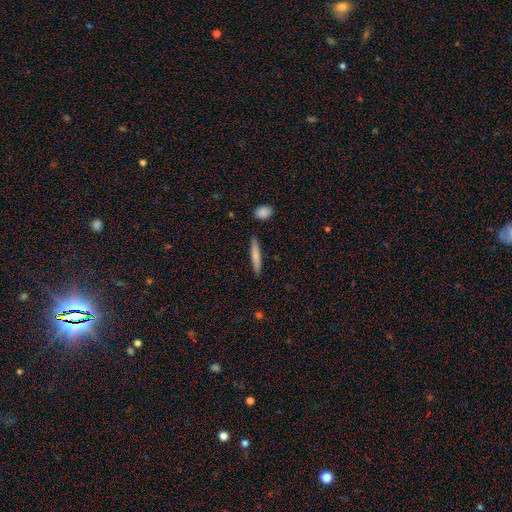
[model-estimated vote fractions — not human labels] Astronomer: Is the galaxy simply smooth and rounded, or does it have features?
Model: smooth — 74%.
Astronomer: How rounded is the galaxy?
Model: cigar-shaped — 92%.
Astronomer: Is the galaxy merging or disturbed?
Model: none — 88%.